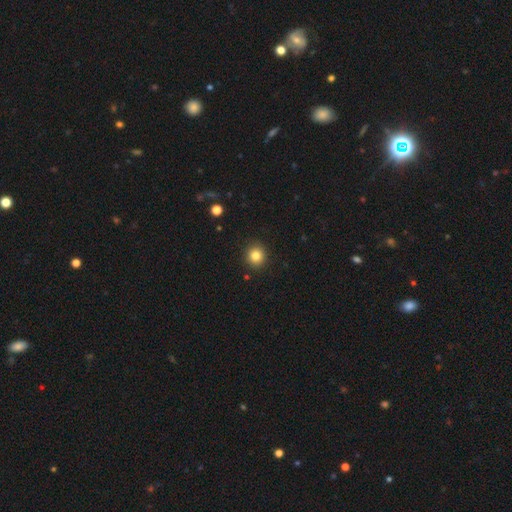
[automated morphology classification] The model was most divided on "smooth or featured": smooth: 83%, star or artifact: 11%, featured or disk: 6%. More confident: merging — none (91%); how rounded — round (88%).